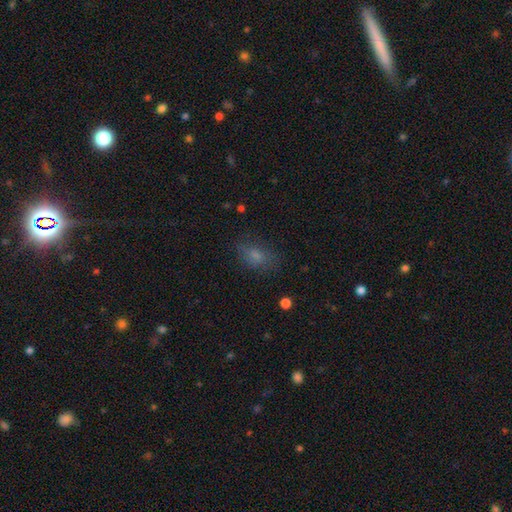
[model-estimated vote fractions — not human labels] Morphology: type=smooth (72%); roundness=in between (82%); merging=none (70%).